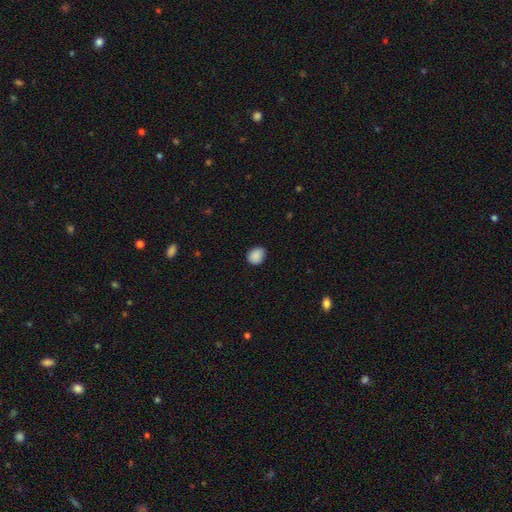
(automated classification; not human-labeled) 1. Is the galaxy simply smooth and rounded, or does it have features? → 89% smooth, 8% star or artifact, 3% featured or disk.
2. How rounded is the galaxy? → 59% round, 40% in between, 1% cigar-shaped.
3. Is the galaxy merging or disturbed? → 75% none, 21% minor disturbance, 3% major disturbance, 1% merger.